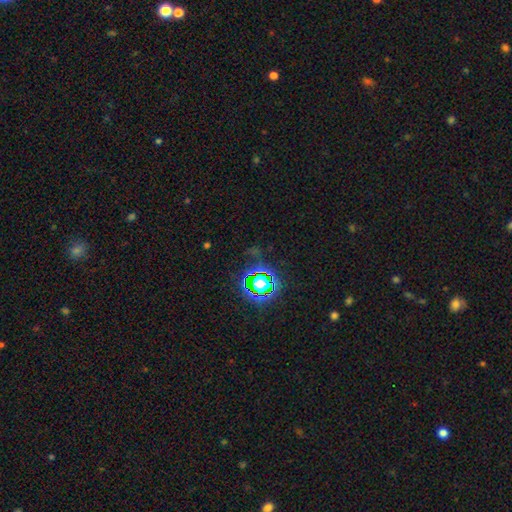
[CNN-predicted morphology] The model was most divided on "smooth or featured": star or artifact: 77%, smooth: 15%, featured or disk: 8%.